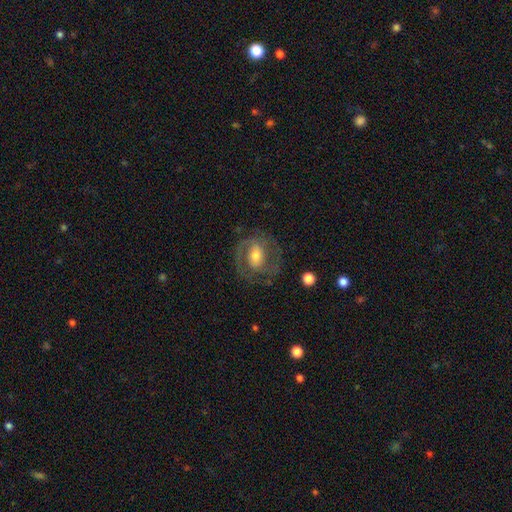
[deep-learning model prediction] featured or disk 74%, smooth 19%, star or artifact 6%. Down the decision tree: edge-on disk — no (96%); bar — weak (44%); spiral arms — yes (85%); spiral arm count — 2 (77%); spiral winding — medium (48%); bulge size — moderate (61%); merging — none (71%).